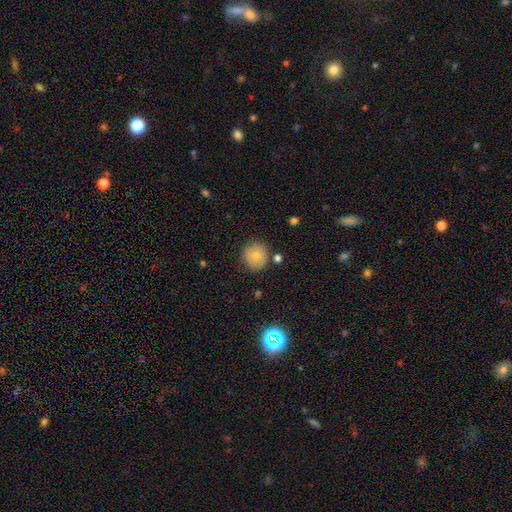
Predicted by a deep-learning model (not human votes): This is likely a smooth galaxy (72%). How rounded: clearly round (90%). Merging: clearly none (82%).